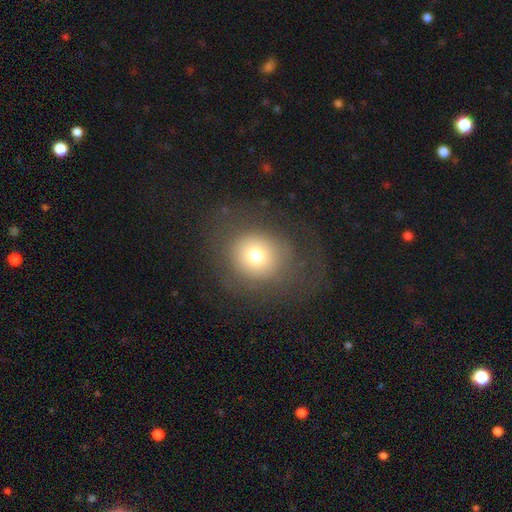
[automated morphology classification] smooth-or-featured: smooth: 69% | featured or disk: 17% | star or artifact: 14%
  how-rounded: round: 79% | in between: 20% | cigar-shaped: 1%
  merging: none: 67% | major disturbance: 17% | minor disturbance: 15% | merger: 1%